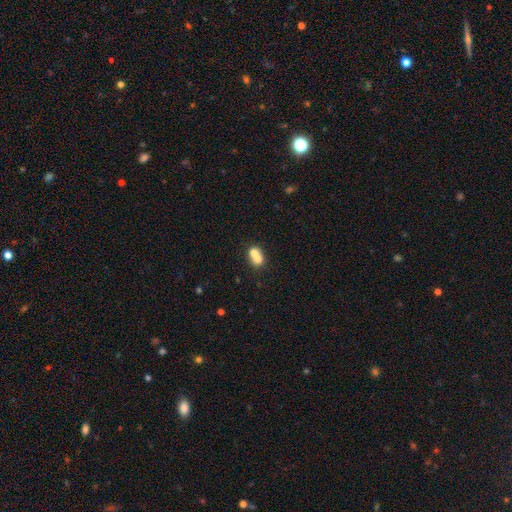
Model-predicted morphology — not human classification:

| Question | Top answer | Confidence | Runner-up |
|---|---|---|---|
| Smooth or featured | smooth | 68% | featured or disk (22%) |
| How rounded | round | 52% | in between (46%) |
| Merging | merger | 69% | none (22%) |